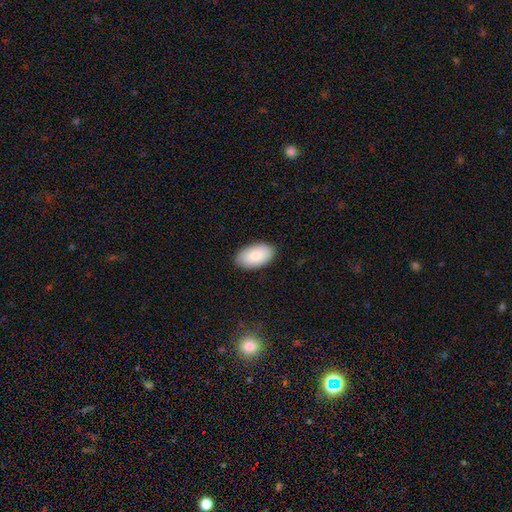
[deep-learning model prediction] A smooth galaxy with no disk features (83%) that is in between round and cigar-shaped (96%). Merging: none (88%).